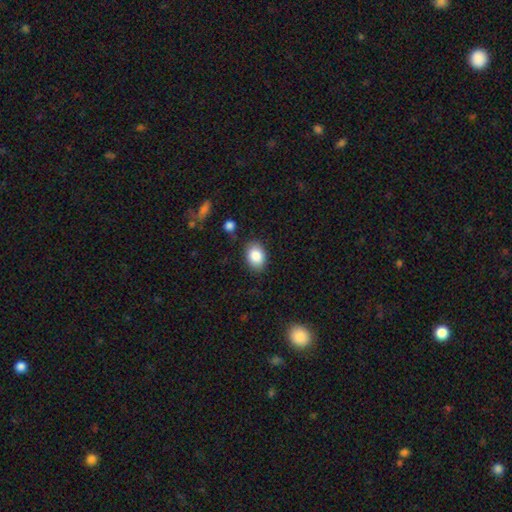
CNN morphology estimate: Overall: smooth (86%). How rounded: in between (74%). Merging: none (83%).